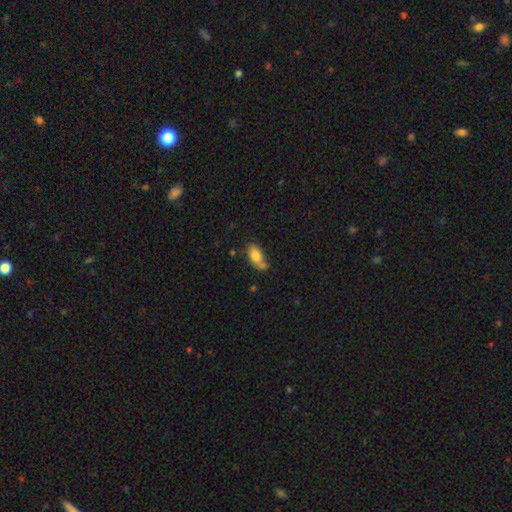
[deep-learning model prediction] smooth-or-featured: smooth: 77% | featured or disk: 15% | star or artifact: 8%
  how-rounded: in between: 88% | round: 6% | cigar-shaped: 6%
  merging: none: 47% | minor disturbance: 24% | merger: 20% | major disturbance: 9%